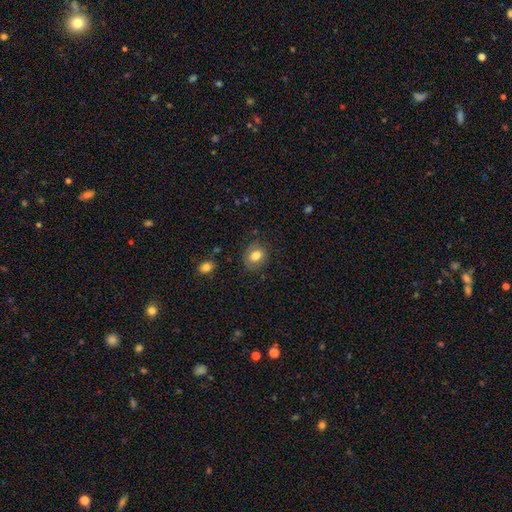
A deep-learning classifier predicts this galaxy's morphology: Smooth or featured?
  - smooth: 77% *
  - featured or disk: 14%
  - star or artifact: 9%
How rounded?
  - round: 62% *
  - in between: 37%
  - cigar-shaped: 1%
Merging?
  - none: 79% *
  - minor disturbance: 15%
  - major disturbance: 5%
  - merger: 1%